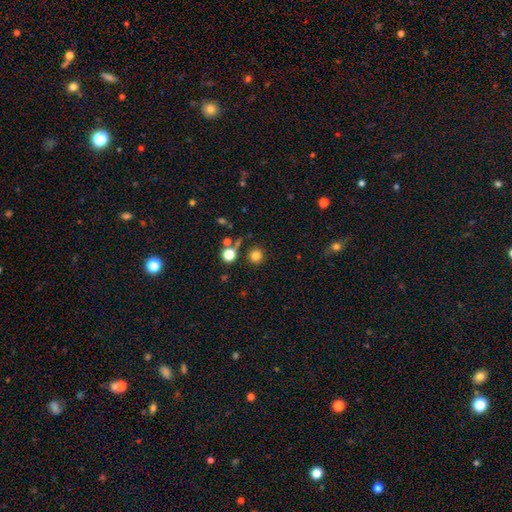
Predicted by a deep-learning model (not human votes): Smooth or featured? Predicted: smooth (p=0.80). How rounded? Predicted: round (p=0.93). Merging? Predicted: none (p=0.82).